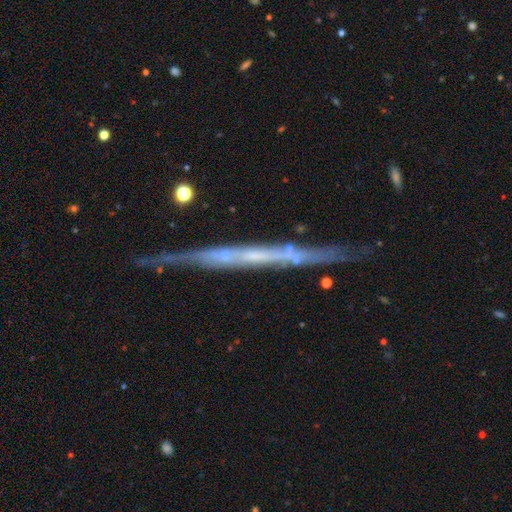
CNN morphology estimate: A featured or disk galaxy (72%) viewed edge-on (95%) with no central bulge (84%).

Vote fractions:
- Smooth or featured? featured or disk: 72% / smooth: 21% / star or artifact: 7%
- Edge-on disk? yes: 95% / no: 5%
- Edge-on bulge? none: 84% / rounded: 11% / boxy: 5%
- Merging? none: 79% / minor disturbance: 16% / major disturbance: 3% / merger: 2%